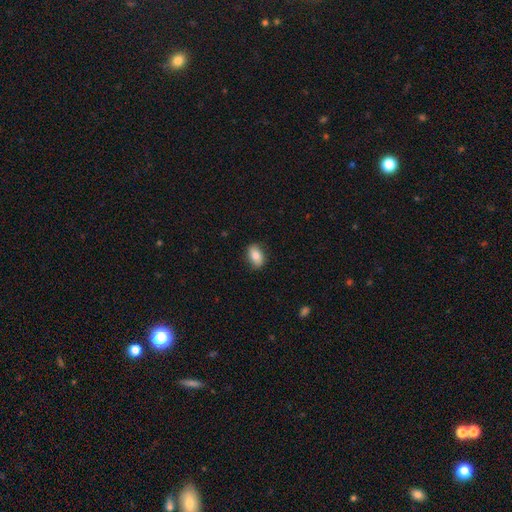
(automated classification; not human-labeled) Overall: smooth (79%). How rounded: in between (83%). Merging: none (84%).